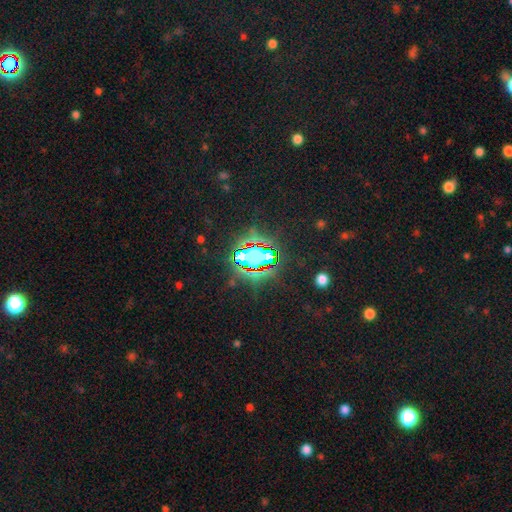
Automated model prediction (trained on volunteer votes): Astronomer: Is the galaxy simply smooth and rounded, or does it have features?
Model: star or artifact — 77%.